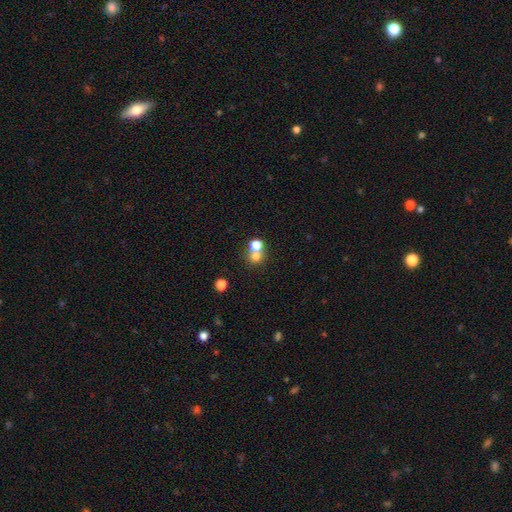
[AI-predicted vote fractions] Smooth or featured? smooth (72%)
How rounded? round (84%)
Merging? none (46%)